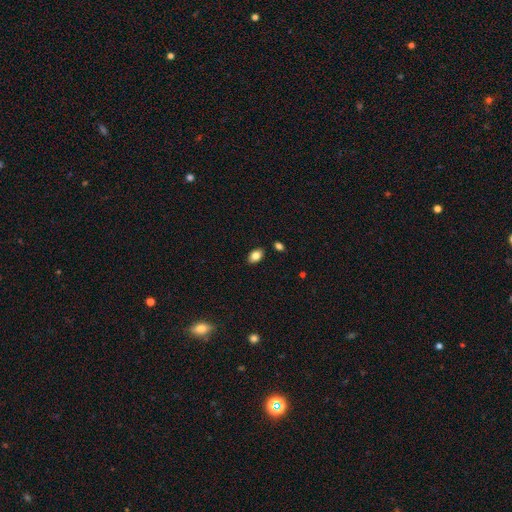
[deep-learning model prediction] Smooth or featured? Predicted: smooth (p=0.83). How rounded? Predicted: in between (p=0.89). Merging? Predicted: none (p=0.86).